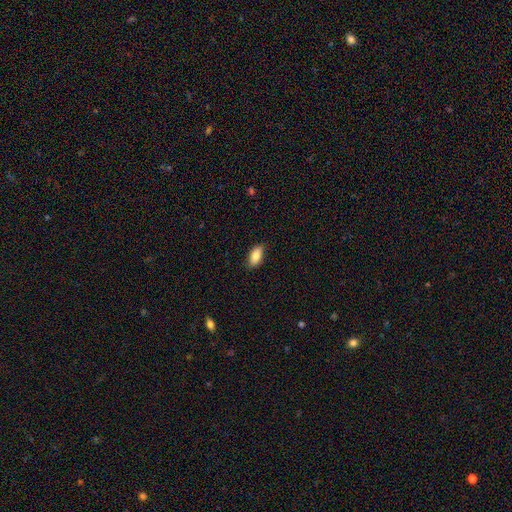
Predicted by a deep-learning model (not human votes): A smooth galaxy with no disk features (84%) that is in between round and cigar-shaped (91%). Merging: none (83%).